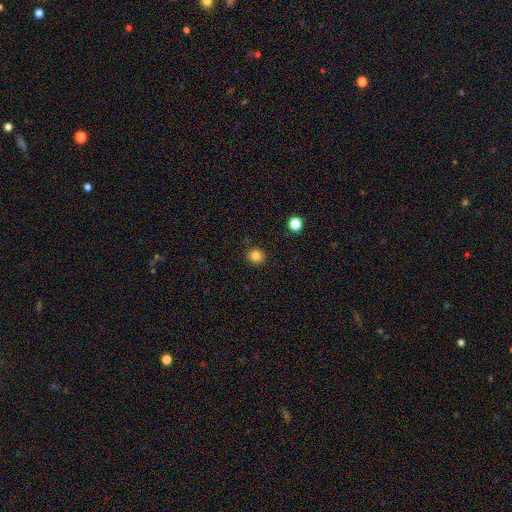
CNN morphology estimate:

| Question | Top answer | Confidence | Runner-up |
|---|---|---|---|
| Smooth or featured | smooth | 82% | star or artifact (12%) |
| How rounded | round | 86% | in between (13%) |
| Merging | none | 89% | minor disturbance (7%) |